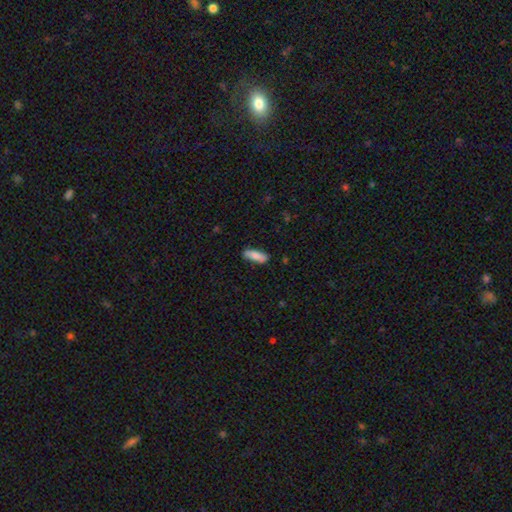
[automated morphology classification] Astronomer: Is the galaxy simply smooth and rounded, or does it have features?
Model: smooth — 80%.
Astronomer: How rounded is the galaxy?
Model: in between — 61% (runner-up: cigar-shaped, 37%).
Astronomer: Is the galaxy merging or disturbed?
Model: none — 81%.